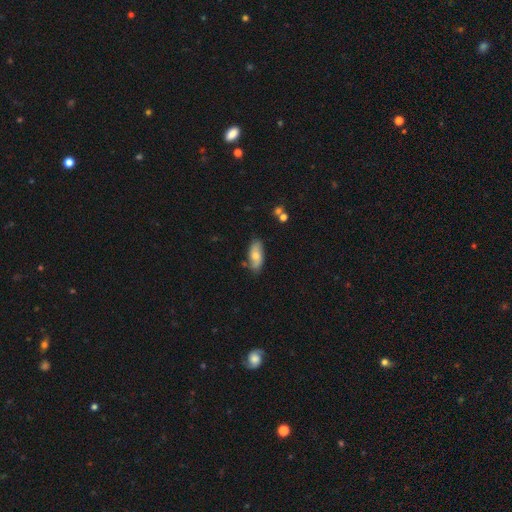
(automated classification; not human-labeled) This is possibly a smooth galaxy (56%). How rounded: clearly in between (84%). Merging: likely none (74%).